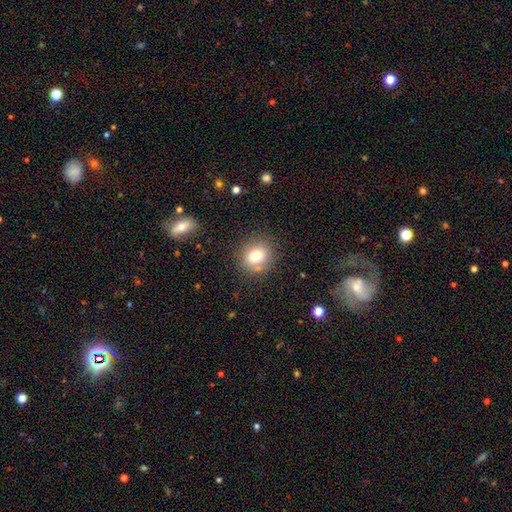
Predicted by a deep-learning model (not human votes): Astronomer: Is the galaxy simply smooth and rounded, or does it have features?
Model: smooth — 76%.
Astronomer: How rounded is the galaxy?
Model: round — 81%.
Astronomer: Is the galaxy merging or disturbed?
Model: none — 80%.